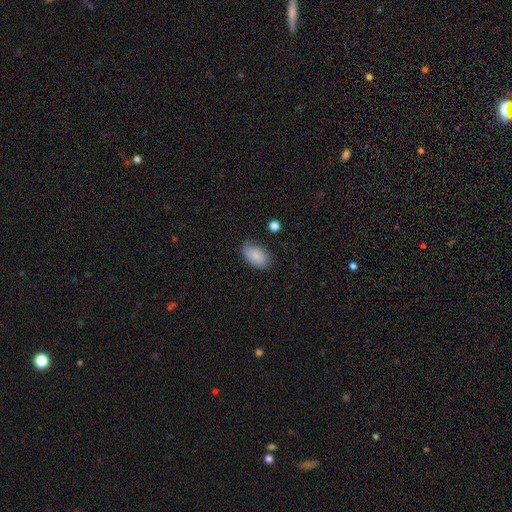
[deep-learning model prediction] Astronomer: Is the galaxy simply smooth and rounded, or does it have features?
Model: smooth — 84%.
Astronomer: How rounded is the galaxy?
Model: in between — 92%.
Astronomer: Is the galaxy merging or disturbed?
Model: none — 66%.